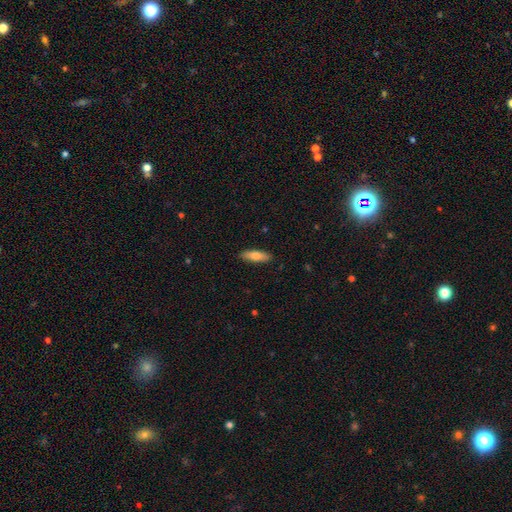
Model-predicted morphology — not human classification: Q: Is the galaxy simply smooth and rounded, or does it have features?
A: smooth — 75%.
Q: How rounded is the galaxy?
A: in between — 53%.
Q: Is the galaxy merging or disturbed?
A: none — 88%.